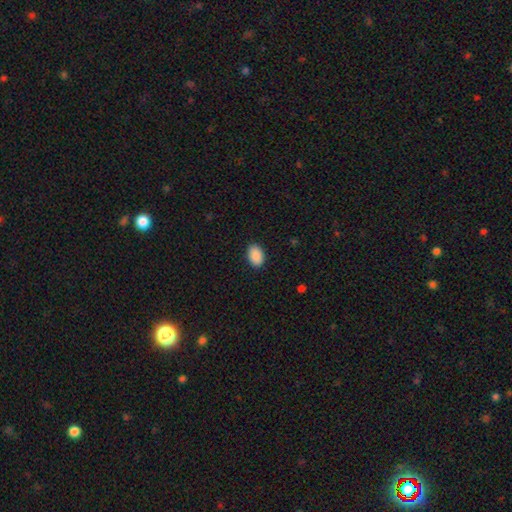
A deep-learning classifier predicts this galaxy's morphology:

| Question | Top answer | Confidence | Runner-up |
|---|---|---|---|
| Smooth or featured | smooth | 90% | star or artifact (7%) |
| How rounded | in between | 87% | round (12%) |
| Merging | none | 89% | minor disturbance (8%) |